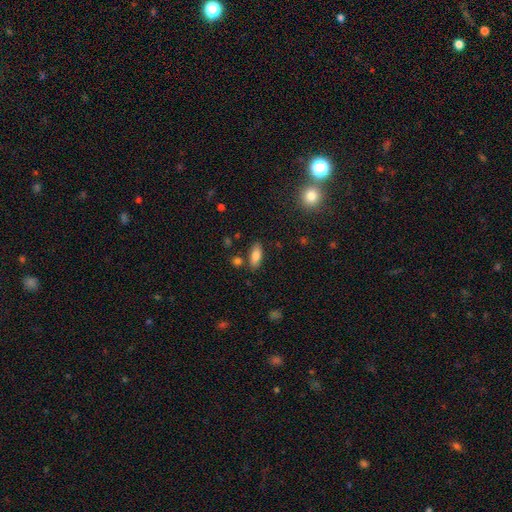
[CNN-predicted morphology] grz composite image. It shows a smooth galaxy with no disk features (81%) that is in between round and cigar-shaped (84%). Merging: none (81%).